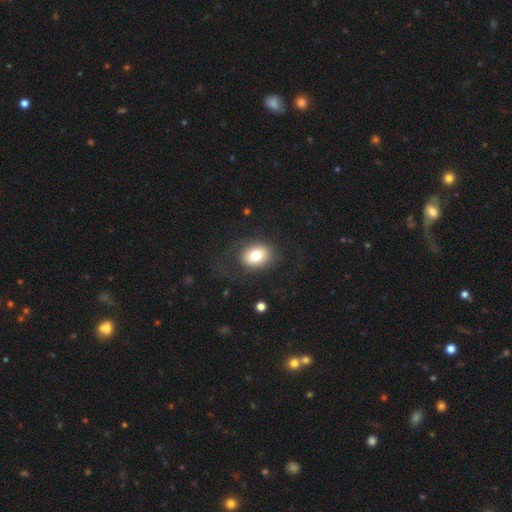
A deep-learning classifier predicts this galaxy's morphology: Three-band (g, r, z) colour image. It shows a smooth galaxy with no disk features (73%) that is in between round and cigar-shaped (62%). Merging: none (72%).